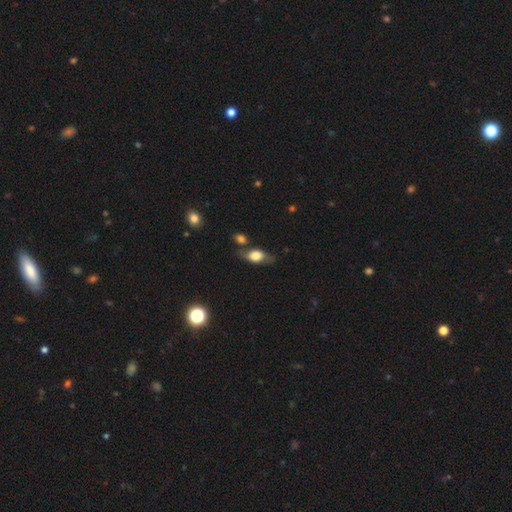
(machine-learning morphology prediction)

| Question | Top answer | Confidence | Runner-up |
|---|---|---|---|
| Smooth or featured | smooth | 63% | featured or disk (29%) |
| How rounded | in between | 79% | round (12%) |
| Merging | none | 60% | minor disturbance (22%) |